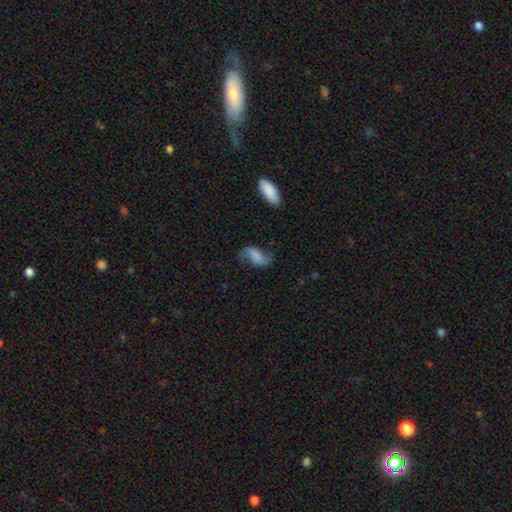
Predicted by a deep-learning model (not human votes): The model was most divided on "smooth or featured": smooth: 50%, featured or disk: 40%, star or artifact: 9%. More confident: how rounded — in between (89%); merging — none (56%).